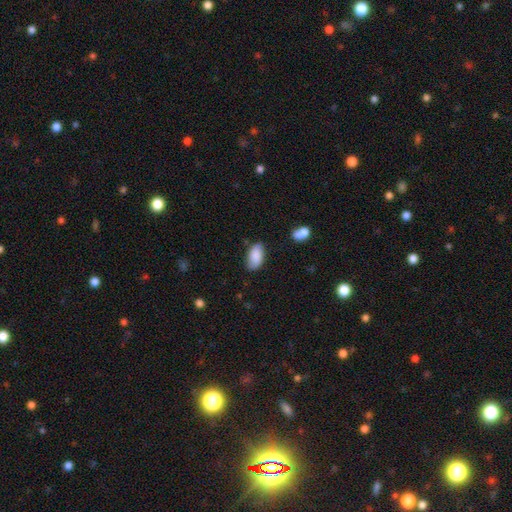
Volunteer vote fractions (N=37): Q: Smooth or featured?
A: smooth (86%); runner-up: featured or disk (11%)
Q: How rounded?
A: in between (97%); runner-up: round (3%)
Q: Merging?
A: none (64%); runner-up: minor disturbance (28%)